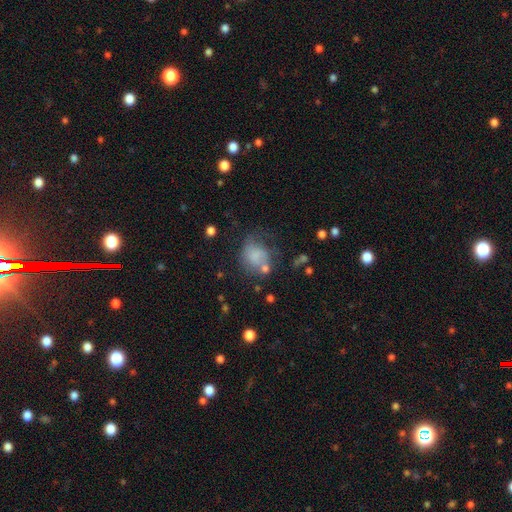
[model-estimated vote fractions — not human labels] Q: Smooth or featured?
A: smooth (64%); runner-up: featured or disk (24%)
Q: How rounded?
A: round (57%); runner-up: in between (42%)
Q: Merging?
A: none (36%); runner-up: major disturbance (29%)